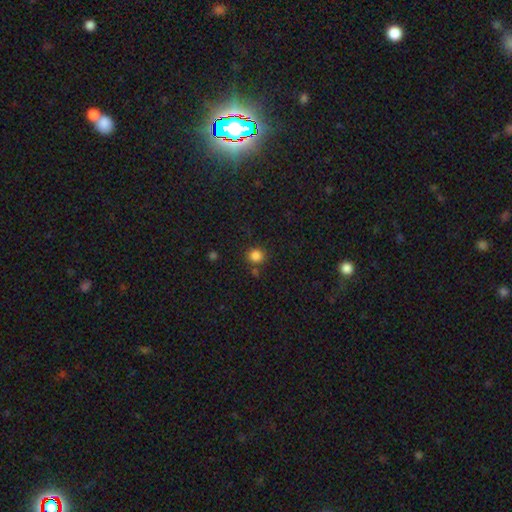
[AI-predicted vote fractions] A smooth galaxy with no disk features (84%) that is round (89%). Merging: none (80%).